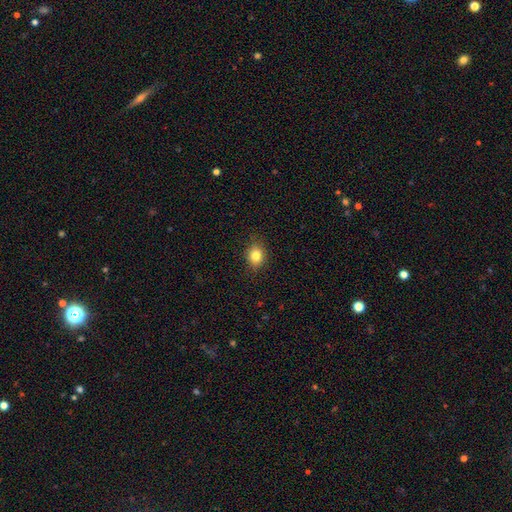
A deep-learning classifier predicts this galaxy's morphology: Overall: smooth (82%). How rounded: round (59%; in between 40%). Merging: none (86%).